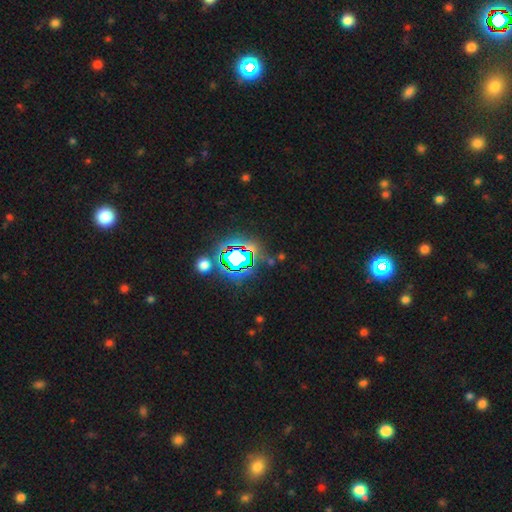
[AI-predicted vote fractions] Smooth or featured? Predicted: star or artifact (p=0.79).